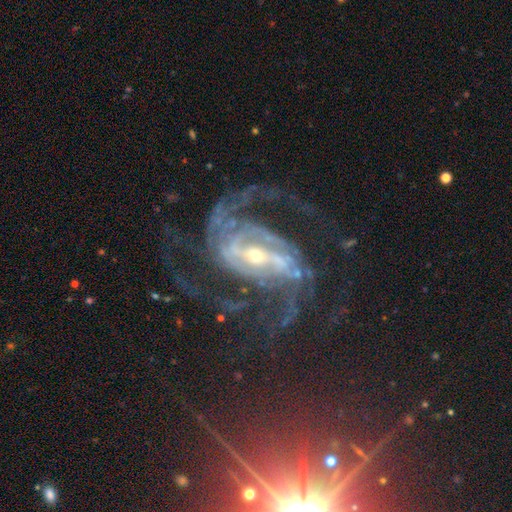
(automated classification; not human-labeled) smooth-or-featured: featured or disk: 89% | star or artifact: 8% | smooth: 3%
  disk-edge-on: no: 97% | yes: 3%
    bar: strong: 62% | weak: 27% | no: 11%
    has-spiral-arms: yes: 97% | no: 3%
      spiral-winding: medium: 51% | tight: 25% | loose: 24%
      spiral-arm-count: 2: 45% | 3: 19% | can't tell: 12% | 4: 9% | 1: 7% | more than 4: 7%
    bulge-size: small: 65% | moderate: 29% | large: 3% | none: 1% | dominant: 1%
  merging: none: 59% | major disturbance: 24% | minor disturbance: 15% | merger: 3%